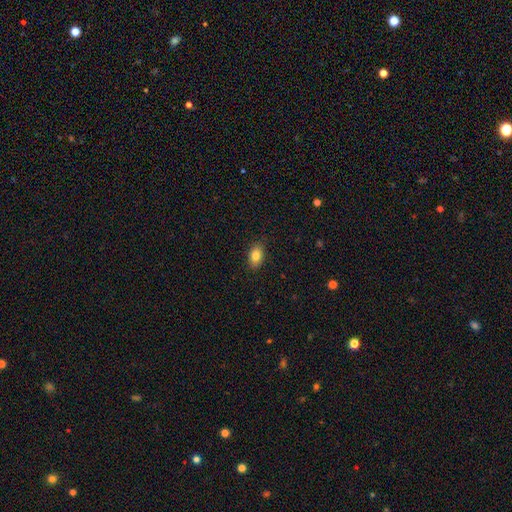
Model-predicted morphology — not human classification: Smooth or featured: smooth — 82% (featured or disk — 9%)
How rounded: in between — 87% (round — 11%)
Merging: none — 87% (minor disturbance — 10%)